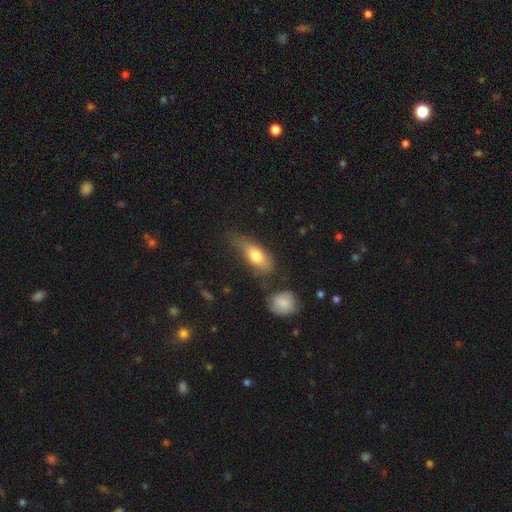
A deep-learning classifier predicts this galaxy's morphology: Overall: smooth (73%). How rounded: in between (78%). Merging: none (53%; minor disturbance 28%).